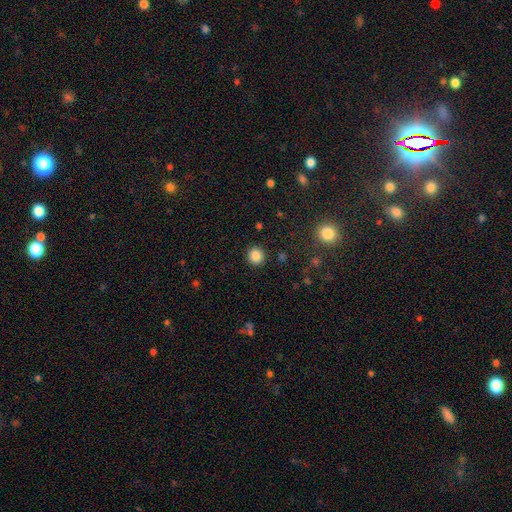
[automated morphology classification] smooth 85%, star or artifact 11%, featured or disk 4%. Down the decision tree: how rounded — round (92%); merging — none (91%).